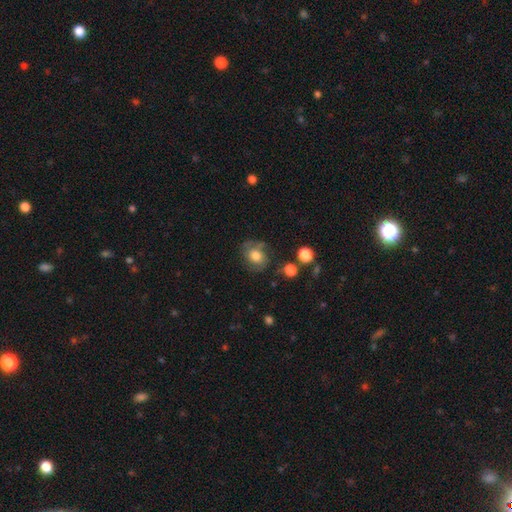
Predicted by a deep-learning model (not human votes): Smooth or featured? smooth (57%)
How rounded? round (60%)
Merging? none (63%)